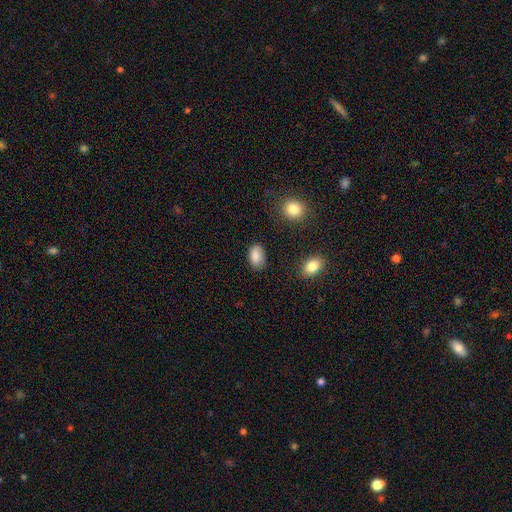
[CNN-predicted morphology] Q: Smooth or featured?
A: smooth (86%); runner-up: star or artifact (8%)
Q: How rounded?
A: in between (89%); runner-up: round (9%)
Q: Merging?
A: none (79%); runner-up: minor disturbance (16%)